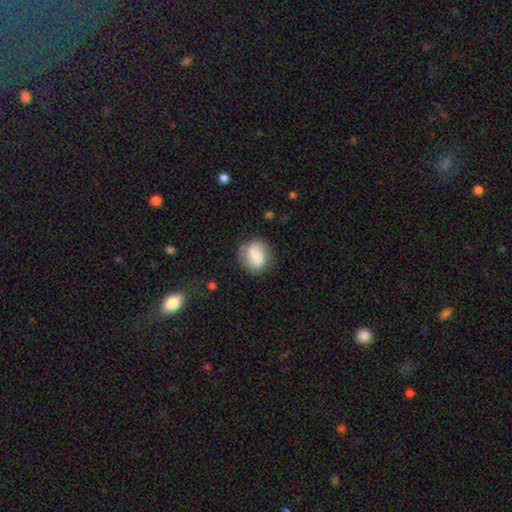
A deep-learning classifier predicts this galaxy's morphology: type=smooth (75%); roundness=round (63%); merging=none (69%).